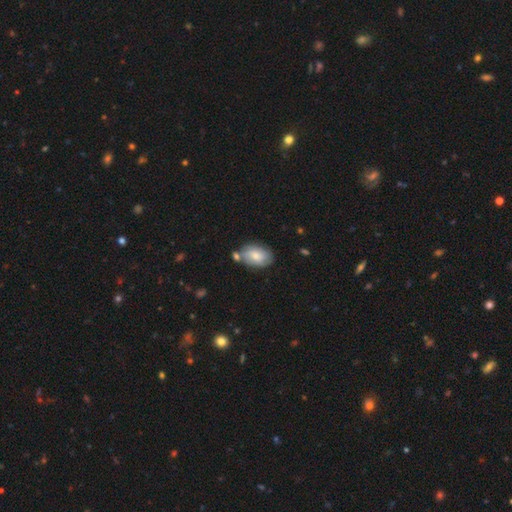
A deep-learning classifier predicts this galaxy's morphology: This is likely a smooth galaxy (72%). How rounded: clearly in between (88%). Merging: likely none (62%).